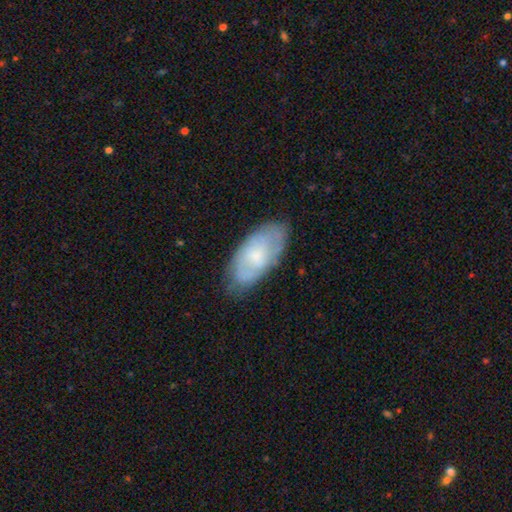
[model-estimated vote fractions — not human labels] Smooth or featured? smooth (52%)
How rounded? in between (92%)
Merging? none (73%)